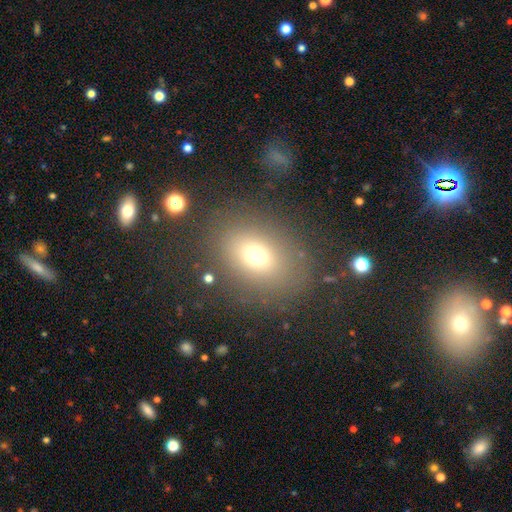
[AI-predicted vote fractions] smooth 71%, star or artifact 17%, featured or disk 13%. Down the decision tree: how rounded — in between (55%); merging — none (80%).